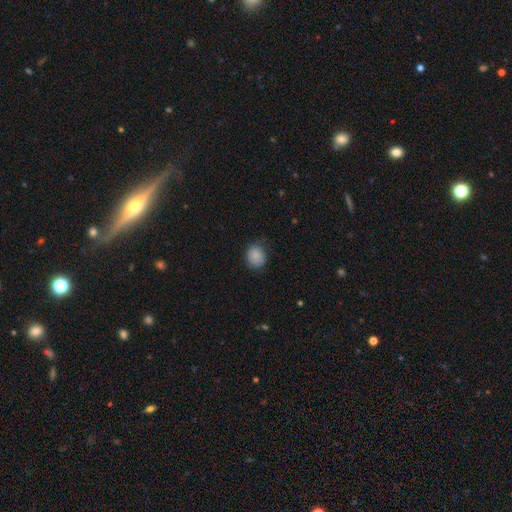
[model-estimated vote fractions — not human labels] smooth 84%, star or artifact 8%, featured or disk 7%. Down the decision tree: how rounded — round (70%); merging — none (74%).